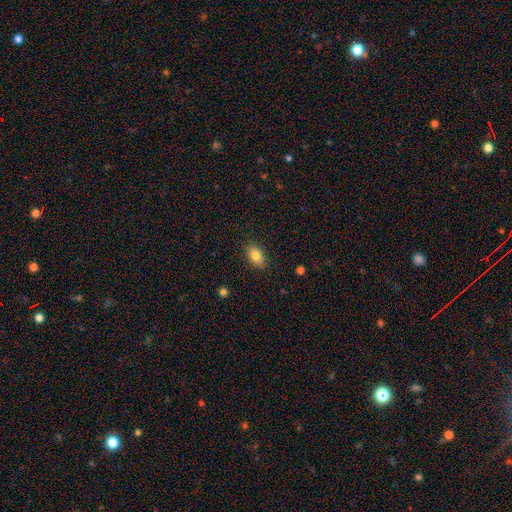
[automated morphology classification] A smooth galaxy with no disk features (81%) that is in between round and cigar-shaped (87%). Merging: none (87%).